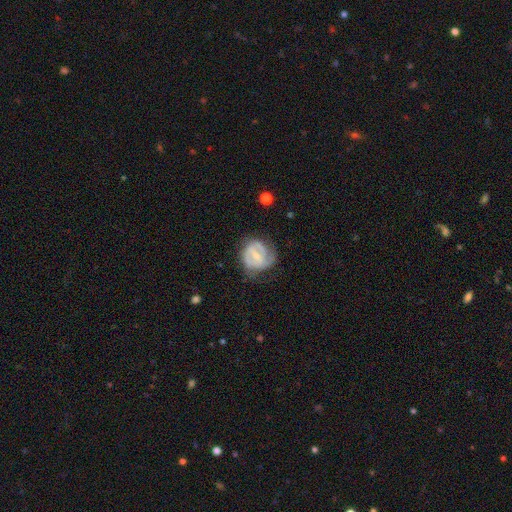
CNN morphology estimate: The model was most divided on "spiral winding": tight: 48%, medium: 39%, loose: 12%. Remaining: edge-on disk — no (98%); spiral arms — yes (87%); smooth or featured — featured or disk (74%); bulge size — small (55%); merging — none (54%); bar — weak (52%); spiral arm count — 2 (48%).